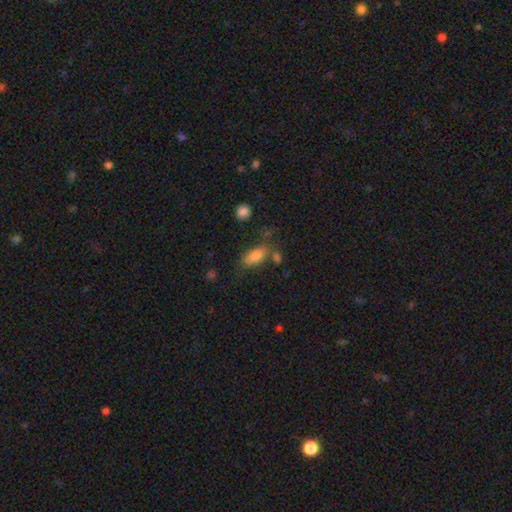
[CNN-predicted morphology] Smooth or featured? Predicted: smooth (p=0.80). How rounded? Predicted: in between (p=0.85). Merging? Predicted: none (p=0.59).